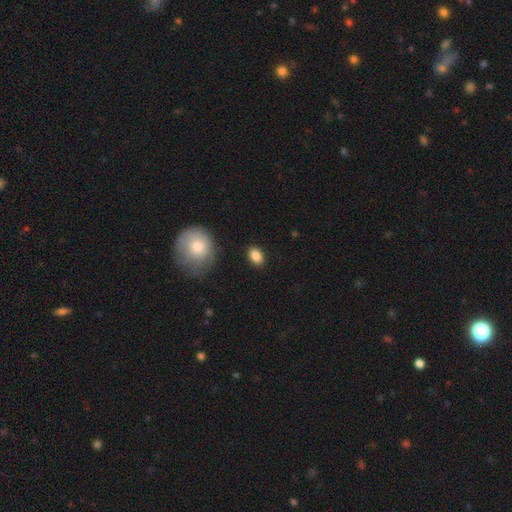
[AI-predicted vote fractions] Smooth or featured? Predicted: smooth (p=0.87). How rounded? Predicted: in between (p=0.84). Merging? Predicted: none (p=0.88).